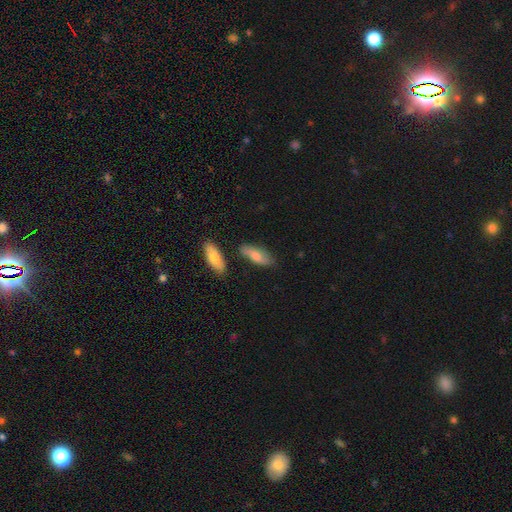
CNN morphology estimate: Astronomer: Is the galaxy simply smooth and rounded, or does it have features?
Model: smooth — 64%.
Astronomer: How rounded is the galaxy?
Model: in between — 74%.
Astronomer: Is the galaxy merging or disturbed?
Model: none — 72%.